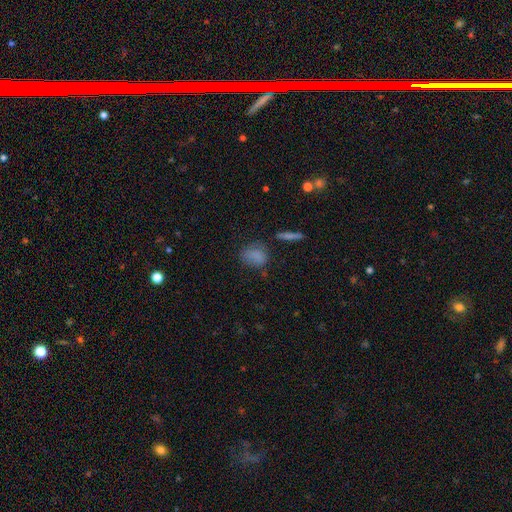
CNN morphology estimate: A smooth galaxy with no disk features (80%) that is in between round and cigar-shaped (53%). Merging: none (63%).